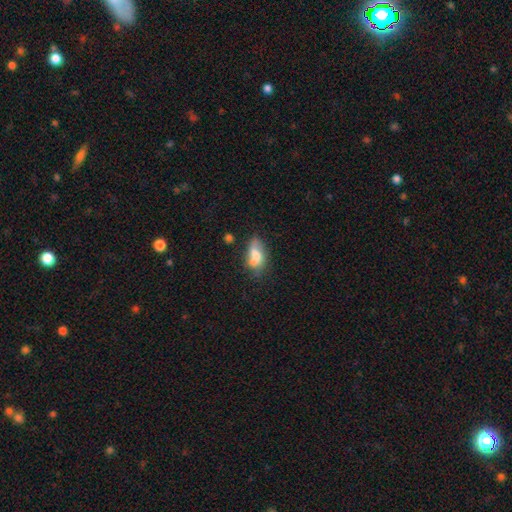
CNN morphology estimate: smooth_or_featured: smooth (p=0.60) [alt: featured or disk p=0.30]
how_rounded: in between (p=0.84) [alt: round p=0.09]
merging: none (p=0.37) [alt: minor disturbance p=0.25]